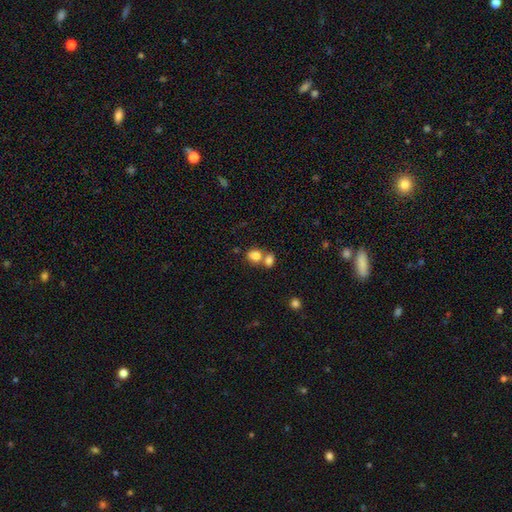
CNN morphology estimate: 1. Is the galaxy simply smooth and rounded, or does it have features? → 81% smooth, 10% star or artifact, 9% featured or disk.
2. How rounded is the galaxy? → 57% in between, 42% round, 1% cigar-shaped.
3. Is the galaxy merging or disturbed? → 53% merger, 35% none, 8% minor disturbance, 4% major disturbance.